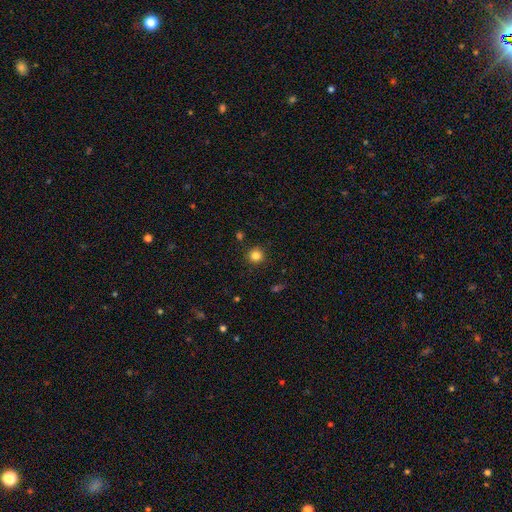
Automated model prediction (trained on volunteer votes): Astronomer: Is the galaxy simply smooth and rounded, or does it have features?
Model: smooth — 83%.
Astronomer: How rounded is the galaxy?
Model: round — 94%.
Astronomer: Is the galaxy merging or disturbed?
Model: none — 90%.